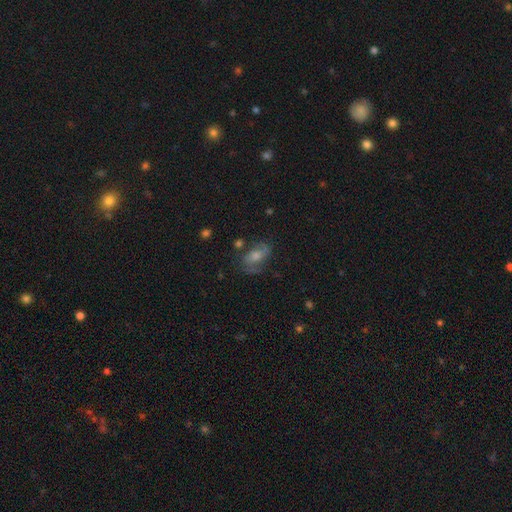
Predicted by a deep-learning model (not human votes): Morphology: type=featured or disk (56%); edge-on=no (94%); bar=no (53%); spiral arms=yes (79%); bulge=moderate (50%); merging=none (63%).